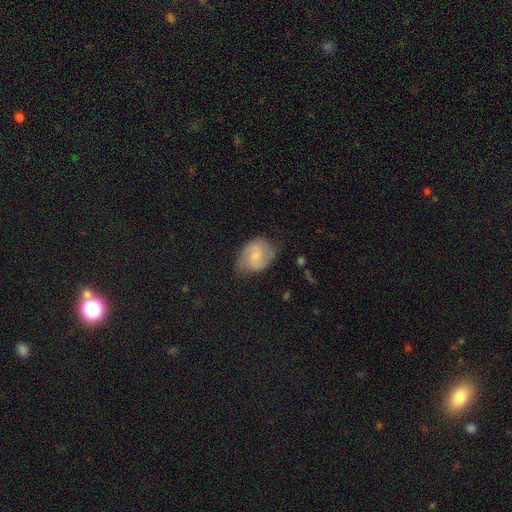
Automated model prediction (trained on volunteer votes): The model was most divided on "bulge size": small: 48%, moderate: 35%, none: 13%, large: 3%, dominant: 1%. More confident: edge-on disk — no (97%); spiral arms — yes (89%); merging — none (64%); smooth or featured — featured or disk (57%); bar — weak (51%).